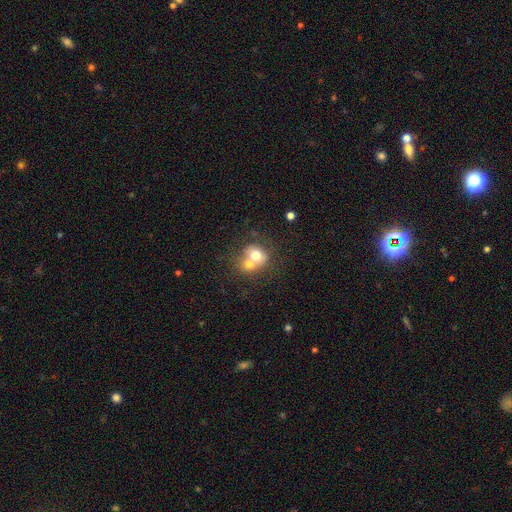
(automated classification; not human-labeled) smooth 67%, featured or disk 23%, star or artifact 10%. Down the decision tree: how rounded — round (70%); merging — merger (62%).